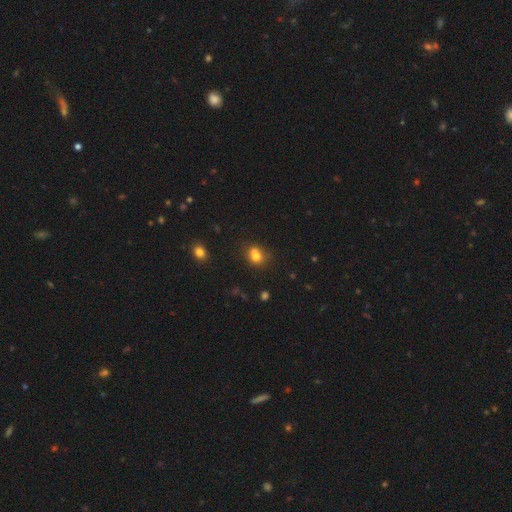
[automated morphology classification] This appears to be a smooth galaxy with no disk features (74%) that is round (59%). Merging: none (48%).